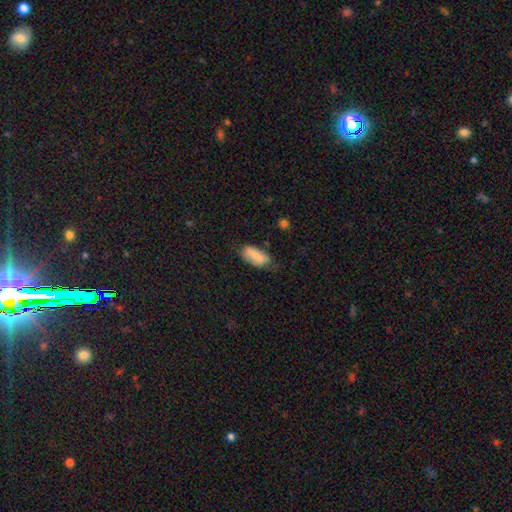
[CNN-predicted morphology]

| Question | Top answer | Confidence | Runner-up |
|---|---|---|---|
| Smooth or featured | smooth | 80% | featured or disk (13%) |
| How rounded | in between | 87% | cigar-shaped (10%) |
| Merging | none | 58% | minor disturbance (31%) |